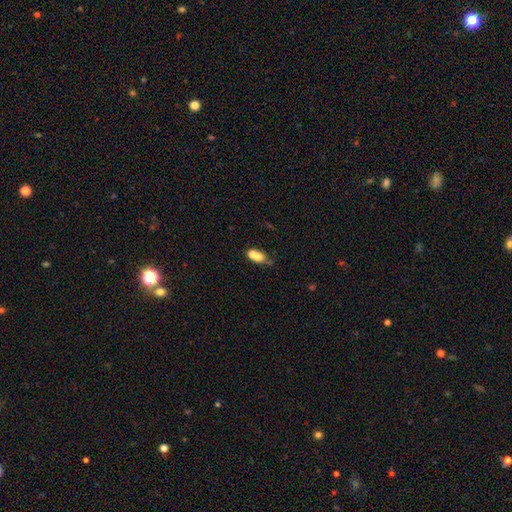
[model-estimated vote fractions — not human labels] This is likely a smooth galaxy (73%). How rounded: clearly in between (82%). Merging: marginally merger (34%).